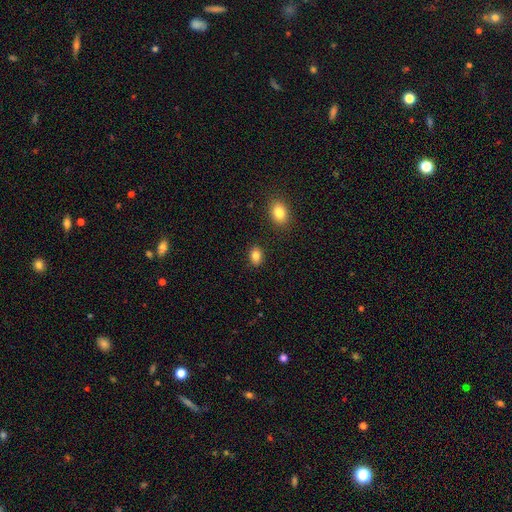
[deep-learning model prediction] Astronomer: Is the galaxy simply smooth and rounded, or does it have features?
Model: smooth — 84%.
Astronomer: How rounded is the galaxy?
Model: in between — 73%.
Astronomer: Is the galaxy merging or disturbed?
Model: none — 87%.